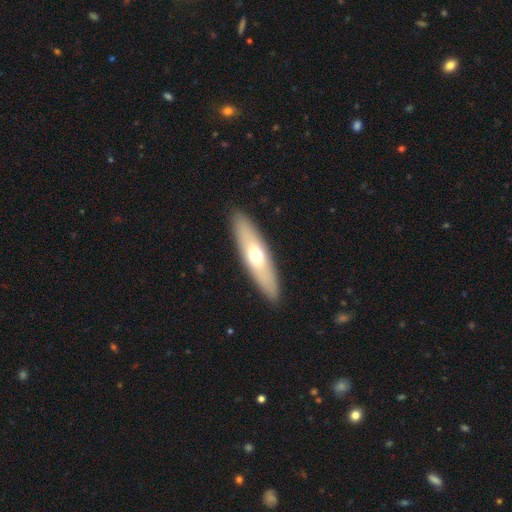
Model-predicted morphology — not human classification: Smooth or featured? Predicted: smooth (p=0.56). How rounded? Predicted: cigar-shaped (p=0.58). Merging? Predicted: none (p=0.90).